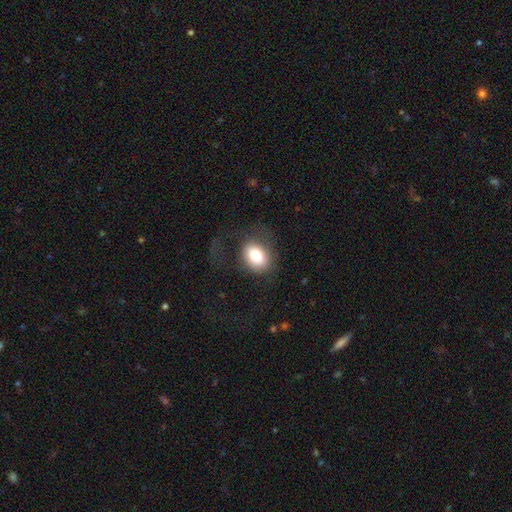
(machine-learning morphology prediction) Overall: smooth (77%). How rounded: in between (66%; round 33%). Merging: none (57%; major disturbance 23%).